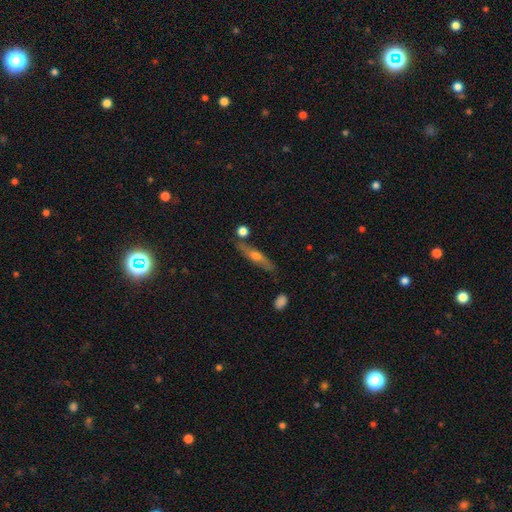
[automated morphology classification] Q: Smooth or featured?
A: featured or disk (56%); runner-up: smooth (37%)
Q: Edge-on disk?
A: yes (86%); runner-up: no (14%)
Q: Merging?
A: none (78%); runner-up: minor disturbance (13%)